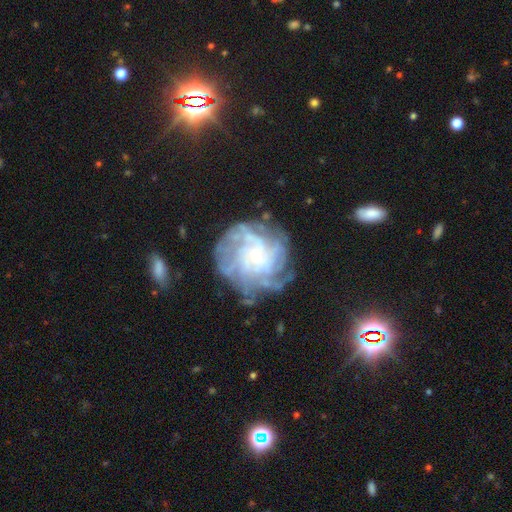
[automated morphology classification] Smooth or featured? Predicted: featured or disk (p=0.82). Edge-on disk? Predicted: no (p=0.97). Bar? Predicted: no (p=0.75). Spiral arms? Predicted: yes (p=0.90). Spiral winding? Predicted: tight (p=0.64). Spiral arm count? Predicted: can't tell (p=0.37). Bulge size? Predicted: small (p=0.74). Merging? Predicted: none (p=0.71).